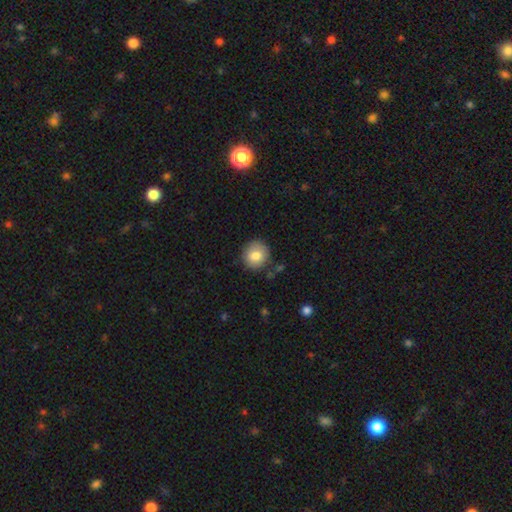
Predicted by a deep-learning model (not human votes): smooth-or-featured: smooth: 81% | featured or disk: 10% | star or artifact: 8%
  how-rounded: round: 91% | in between: 8% | cigar-shaped: 1%
  merging: none: 86% | minor disturbance: 10% | major disturbance: 2% | merger: 2%